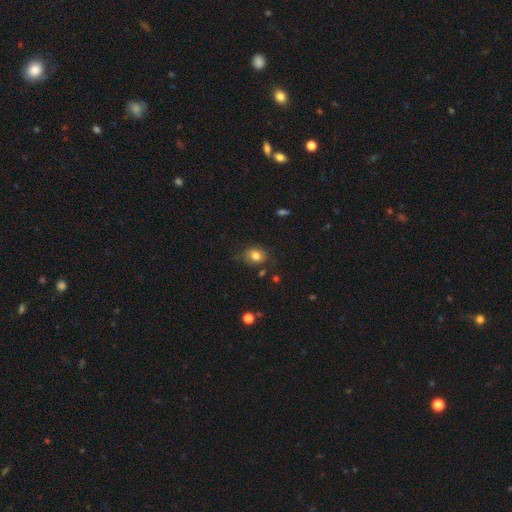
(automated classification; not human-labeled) Smooth or featured? Predicted: smooth (p=0.79). How rounded? Predicted: round (p=0.55). Merging? Predicted: none (p=0.74).